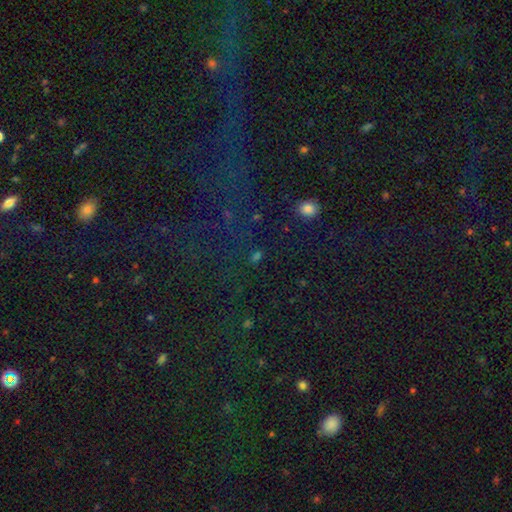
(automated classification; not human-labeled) The model was most divided on "smooth or featured": star or artifact: 52%, smooth: 40%, featured or disk: 8%.